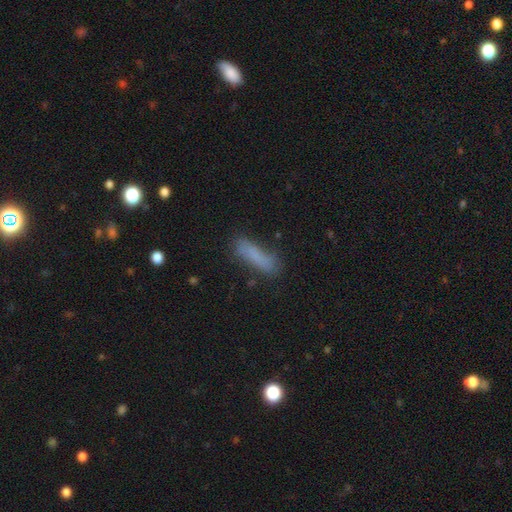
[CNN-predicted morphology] Smooth or featured?
  - smooth: 79% *
  - featured or disk: 12%
  - star or artifact: 9%
How rounded?
  - cigar-shaped: 70% *
  - in between: 28%
  - round: 2%
Merging?
  - none: 75% *
  - minor disturbance: 17%
  - major disturbance: 5%
  - merger: 3%